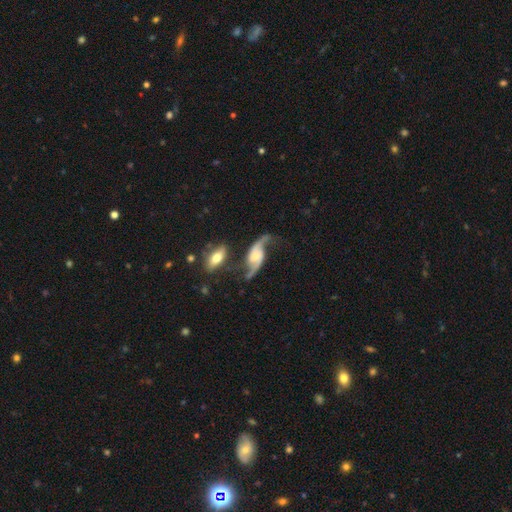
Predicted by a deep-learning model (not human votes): smooth_or_featured: featured or disk (p=0.88) [alt: smooth p=0.07]
disk_edge_on: no (p=0.94) [alt: yes p=0.06]
bar: no (p=0.48) [alt: weak p=0.38]
has_spiral_arms: yes (p=0.96) [alt: no p=0.04]
spiral_winding: loose (p=0.80) [alt: medium p=0.16]
spiral_arm_count: 2 (p=0.93) [alt: 1 p=0.03]
bulge_size: small (p=0.36) [alt: moderate p=0.29]
merging: none (p=0.58) [alt: minor disturbance p=0.19]